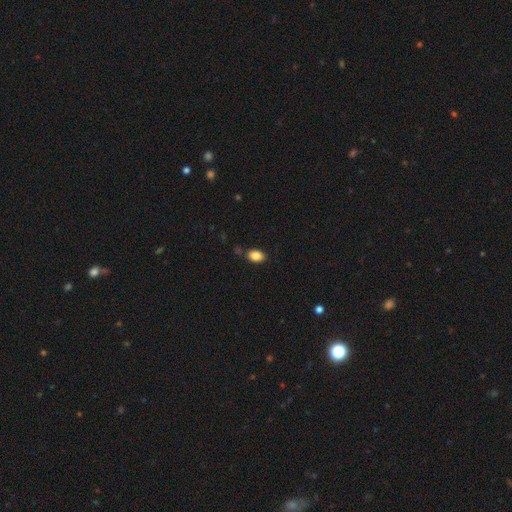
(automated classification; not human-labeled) This appears to be a smooth galaxy with no disk features (86%) that is in between round and cigar-shaped (82%). Merging: none (81%).